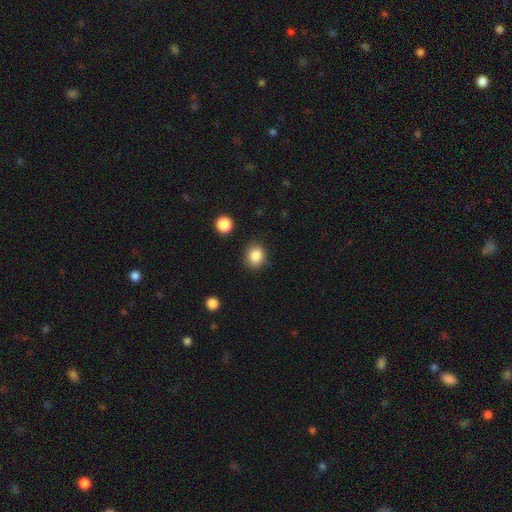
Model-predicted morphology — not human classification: Smooth or featured: smooth — 86% (star or artifact — 10%)
How rounded: round — 73% (in between — 26%)
Merging: none — 84% (minor disturbance — 11%)